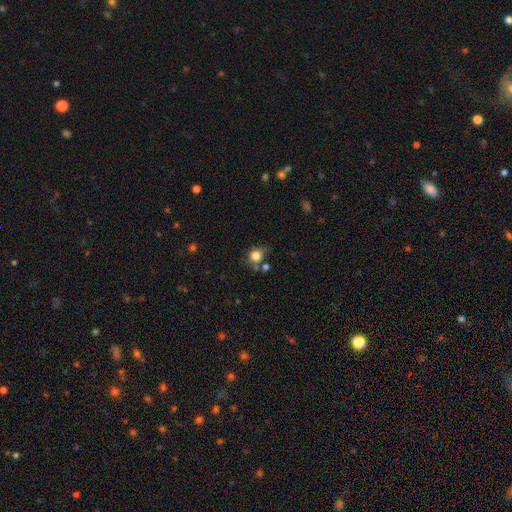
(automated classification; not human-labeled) This appears to be a smooth galaxy with no disk features (80%) that is round (75%). Merging: none (58%).